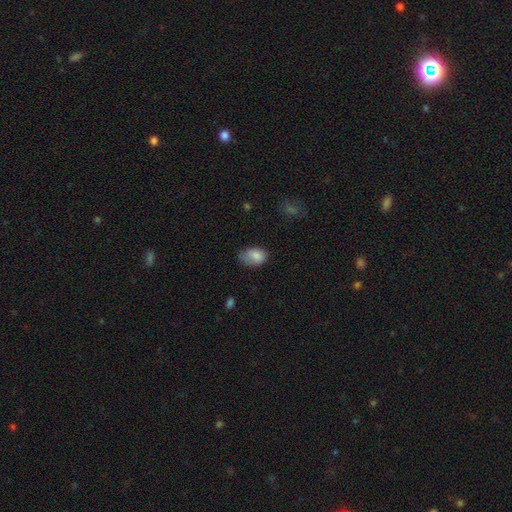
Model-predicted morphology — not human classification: Overall: smooth (81%). How rounded: in between (86%). Merging: none (47%; minor disturbance 38%).